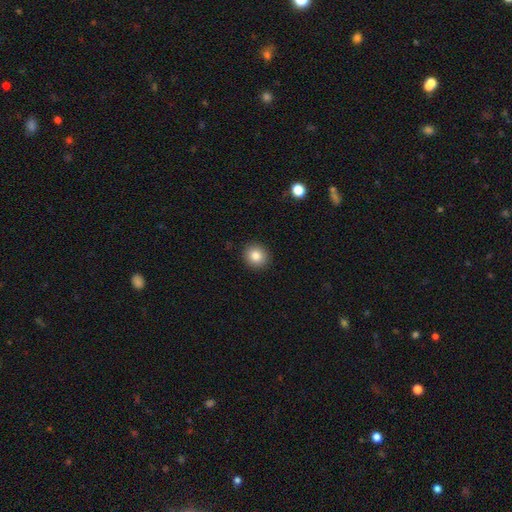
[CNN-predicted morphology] The model was most divided on "how rounded": round: 83%, in between: 16%, cigar-shaped: 1%. More confident: merging — none (91%); smooth or featured — smooth (84%).